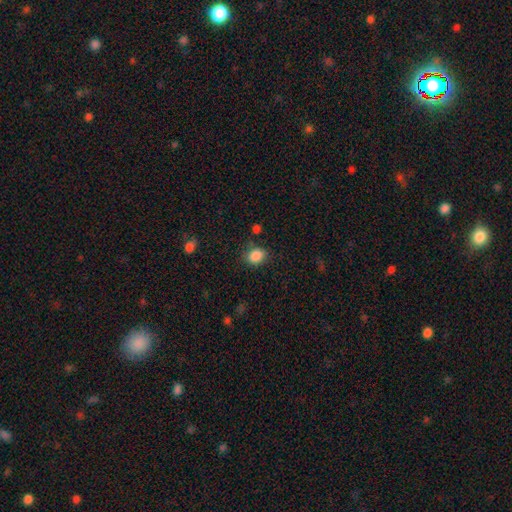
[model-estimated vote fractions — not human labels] A smooth galaxy with no disk features (86%) that is in between round and cigar-shaped (54%).

Vote fractions:
- Smooth or featured? smooth: 86% / star or artifact: 10% / featured or disk: 4%
- How rounded? in between: 54% / round: 45% / cigar-shaped: 1%
- Merging? none: 75% / minor disturbance: 17% / major disturbance: 5% / merger: 3%